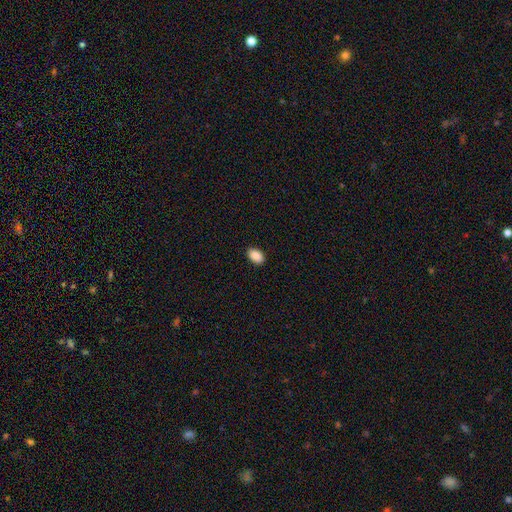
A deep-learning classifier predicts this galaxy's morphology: Smooth or featured: smooth — 90% (star or artifact — 7%)
How rounded: in between — 90% (round — 8%)
Merging: none — 90% (minor disturbance — 8%)